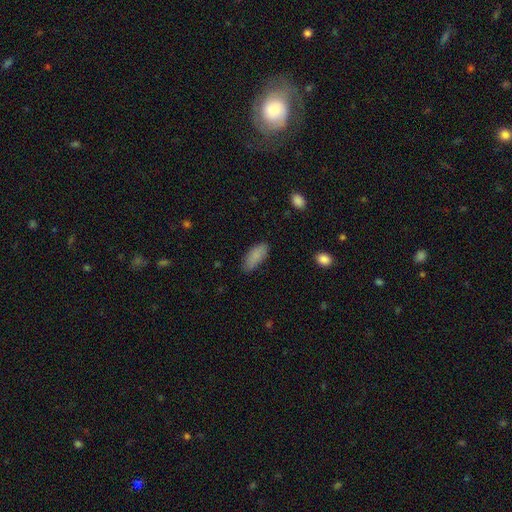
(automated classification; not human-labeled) This is clearly a smooth galaxy (85%). How rounded: likely in between (77%). Merging: likely none (80%).